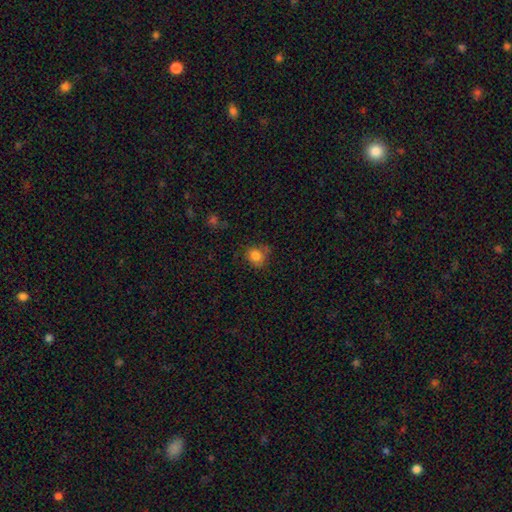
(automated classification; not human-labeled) Smooth or featured?
  - smooth: 82% *
  - star or artifact: 10%
  - featured or disk: 7%
How rounded?
  - round: 71% *
  - in between: 28%
  - cigar-shaped: 1%
Merging?
  - none: 64% *
  - minor disturbance: 25%
  - major disturbance: 8%
  - merger: 3%